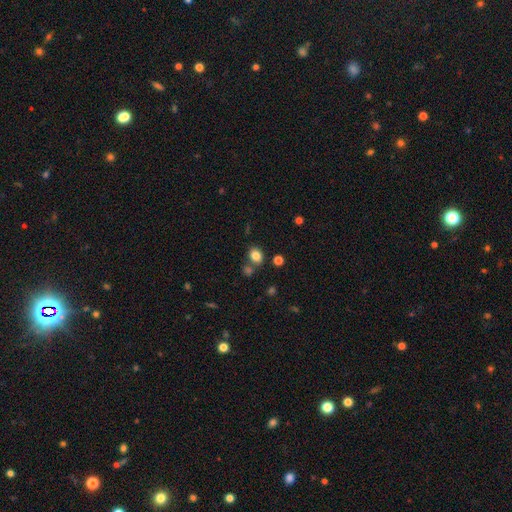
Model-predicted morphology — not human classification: A smooth galaxy with no disk features (82%) that is in between round and cigar-shaped (51%). Merging: none (70%).